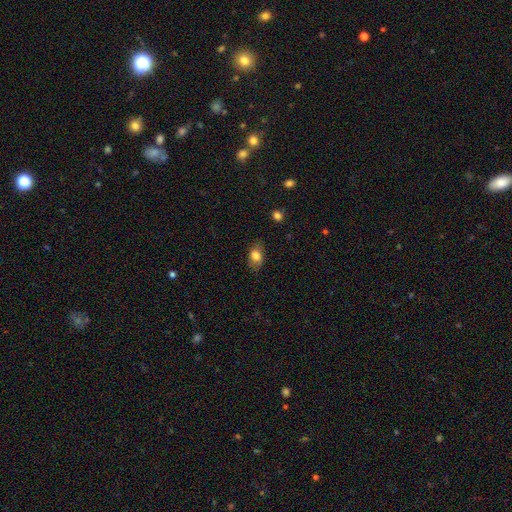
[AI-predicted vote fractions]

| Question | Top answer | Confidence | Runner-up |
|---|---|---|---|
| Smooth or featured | smooth | 78% | featured or disk (13%) |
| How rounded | in between | 84% | round (14%) |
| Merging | none | 76% | minor disturbance (18%) |